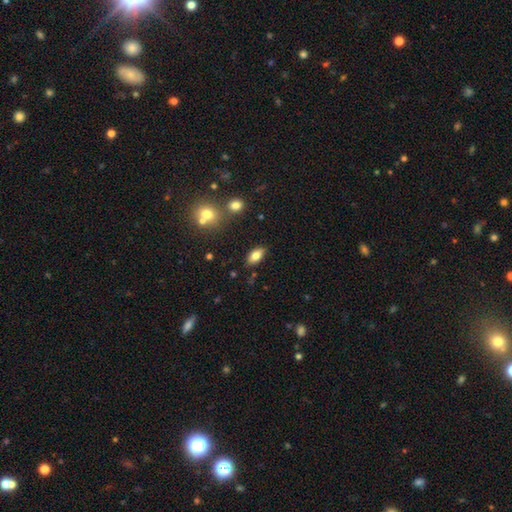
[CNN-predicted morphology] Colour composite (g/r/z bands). It shows a smooth galaxy with no disk features (79%) that is in between round and cigar-shaped (90%). Merging: none (84%).